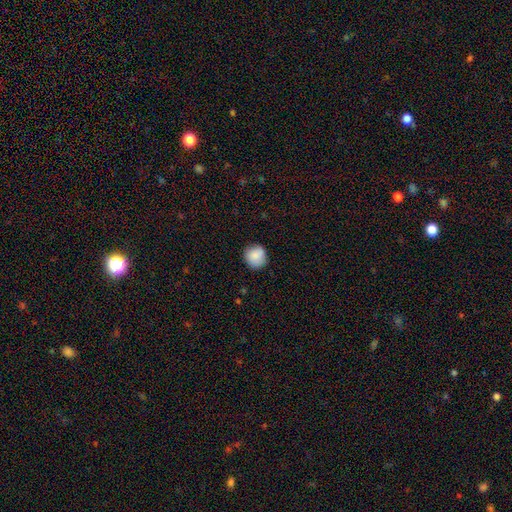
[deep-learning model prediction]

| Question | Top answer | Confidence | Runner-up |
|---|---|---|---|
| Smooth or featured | smooth | 86% | star or artifact (8%) |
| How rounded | round | 91% | in between (8%) |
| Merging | none | 83% | minor disturbance (13%) |